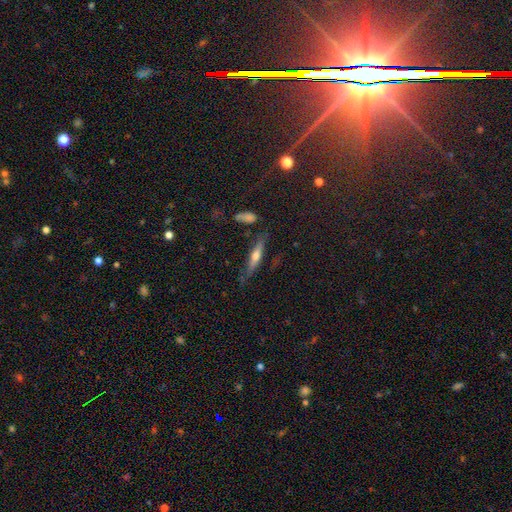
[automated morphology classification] This appears to be a featured or disk galaxy (54%) viewed edge-on (93%) with a rounded central bulge (84%). Merging: none (76%).